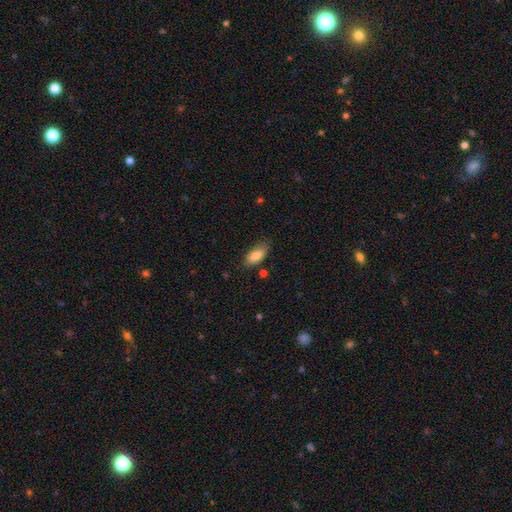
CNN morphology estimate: The model was most divided on "merging": none: 73%, minor disturbance: 20%, major disturbance: 4%, merger: 3%. More confident: how rounded — in between (89%); smooth or featured — smooth (81%).